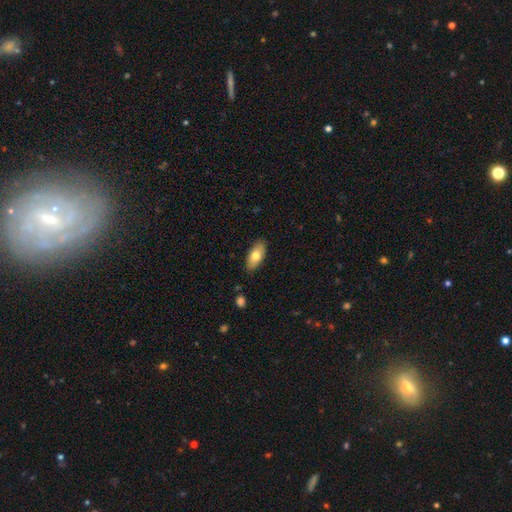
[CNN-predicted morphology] smooth_or_featured: smooth (p=0.74) [alt: featured or disk p=0.19]
how_rounded: in between (p=0.90) [alt: cigar-shaped p=0.07]
merging: none (p=0.85) [alt: minor disturbance p=0.12]